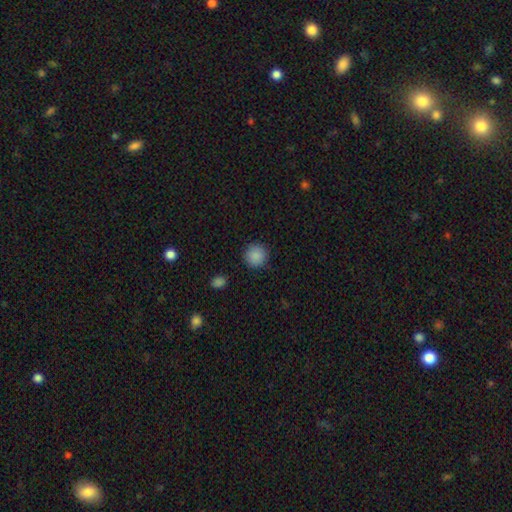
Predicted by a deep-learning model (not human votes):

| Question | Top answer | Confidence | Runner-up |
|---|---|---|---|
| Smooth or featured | smooth | 89% | star or artifact (8%) |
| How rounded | round | 94% | in between (5%) |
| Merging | none | 91% | minor disturbance (6%) |